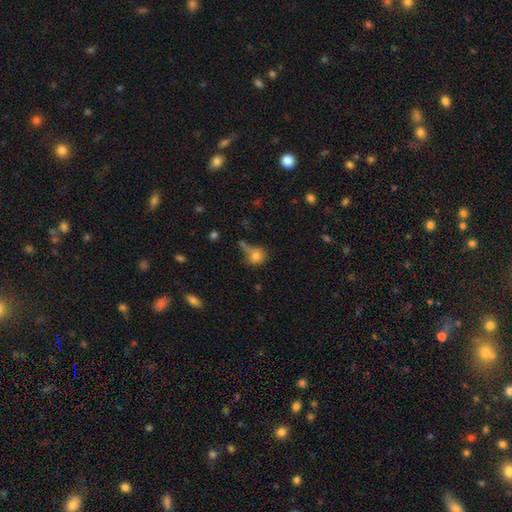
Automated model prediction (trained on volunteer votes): smooth_or_featured: smooth (p=0.76) [alt: star or artifact p=0.14]
how_rounded: round (p=0.74) [alt: in between p=0.24]
merging: none (p=0.53) [alt: minor disturbance p=0.18]